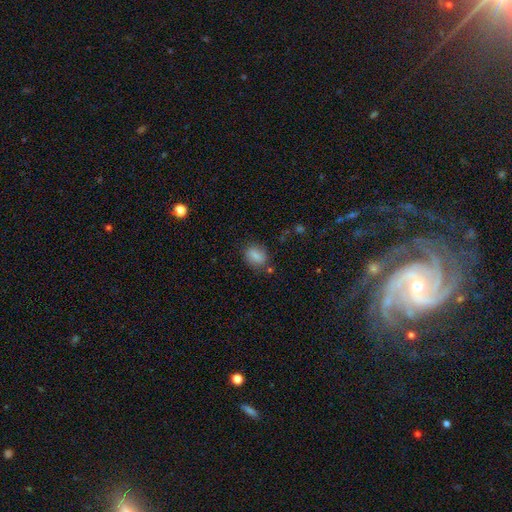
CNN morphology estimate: This appears to be a smooth galaxy with no disk features (81%) that is in between round and cigar-shaped (68%). Merging: none (75%).